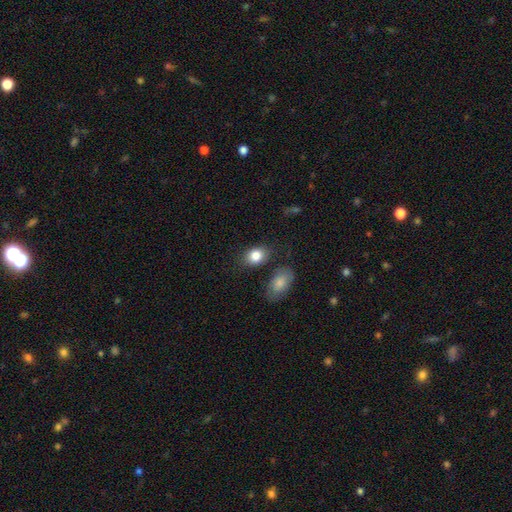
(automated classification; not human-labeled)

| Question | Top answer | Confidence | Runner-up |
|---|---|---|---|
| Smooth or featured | smooth | 83% | star or artifact (8%) |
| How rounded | in between | 69% | round (29%) |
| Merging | none | 76% | minor disturbance (14%) |